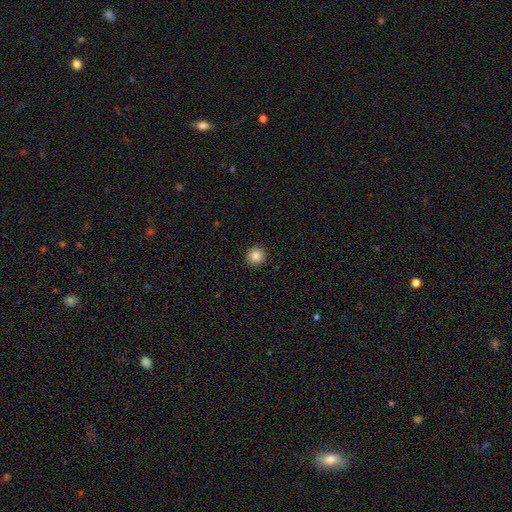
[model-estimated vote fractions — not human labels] smooth-or-featured: smooth: 85% | star or artifact: 10% | featured or disk: 5%
  how-rounded: round: 94% | in between: 5% | cigar-shaped: 1%
  merging: none: 93% | minor disturbance: 5% | major disturbance: 2% | merger: 1%